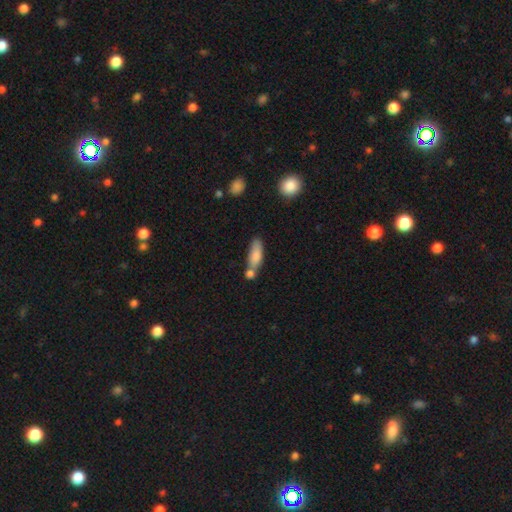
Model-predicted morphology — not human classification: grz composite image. It shows a smooth galaxy with no disk features (80%) that is in between round and cigar-shaped (58%). Merging: none (42%).